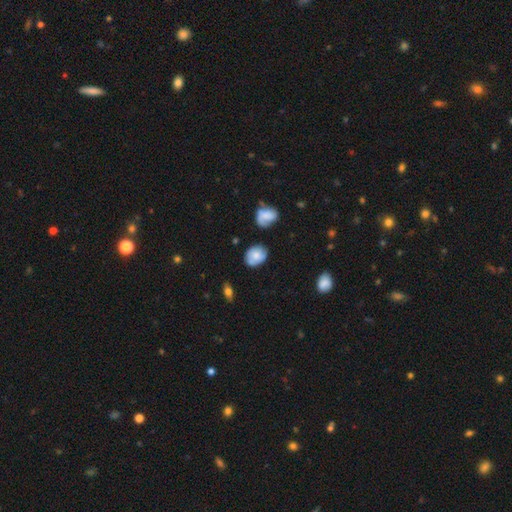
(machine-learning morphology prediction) This appears to be a smooth galaxy with no disk features (73%) that is in between round and cigar-shaped (58%). Merging: none (68%).